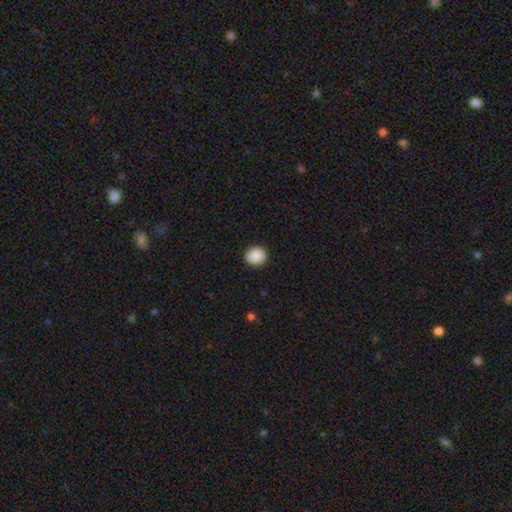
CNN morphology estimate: Smooth or featured?
  - smooth: 89% *
  - star or artifact: 8%
  - featured or disk: 3%
How rounded?
  - round: 83% *
  - in between: 16%
  - cigar-shaped: 1%
Merging?
  - none: 91% *
  - minor disturbance: 6%
  - major disturbance: 2%
  - merger: 1%